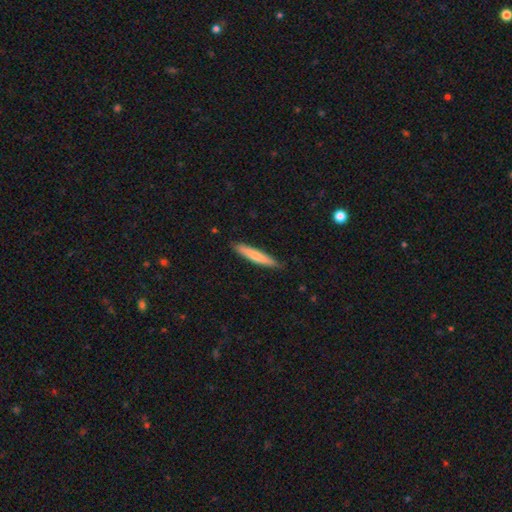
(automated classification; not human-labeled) The model was most divided on "smooth or featured": smooth: 72%, featured or disk: 22%, star or artifact: 5%. More confident: how rounded — cigar-shaped (93%); merging — none (87%).